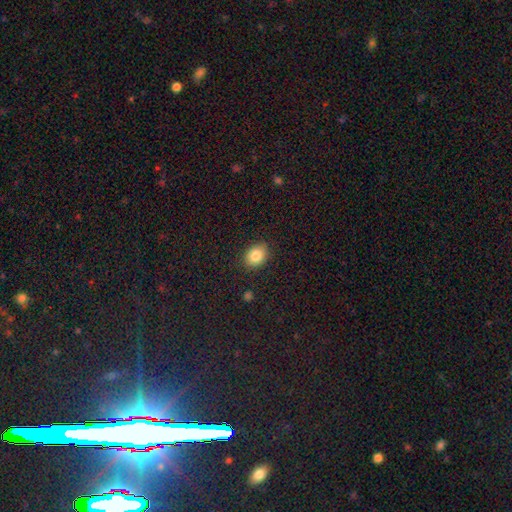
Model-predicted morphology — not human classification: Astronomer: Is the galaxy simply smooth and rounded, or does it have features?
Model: smooth — 84%.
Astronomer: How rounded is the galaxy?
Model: in between — 63%.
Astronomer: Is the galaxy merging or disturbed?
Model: none — 87%.